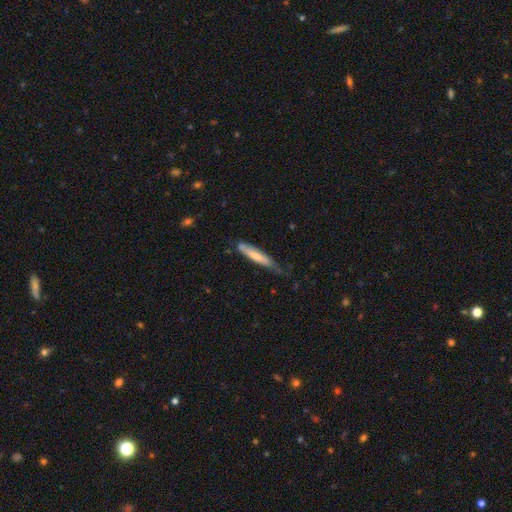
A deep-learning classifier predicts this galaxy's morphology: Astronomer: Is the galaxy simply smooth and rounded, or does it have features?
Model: smooth — 65%.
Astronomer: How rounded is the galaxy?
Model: cigar-shaped — 88%.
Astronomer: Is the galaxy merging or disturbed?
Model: none — 54% (runner-up: minor disturbance, 34%).